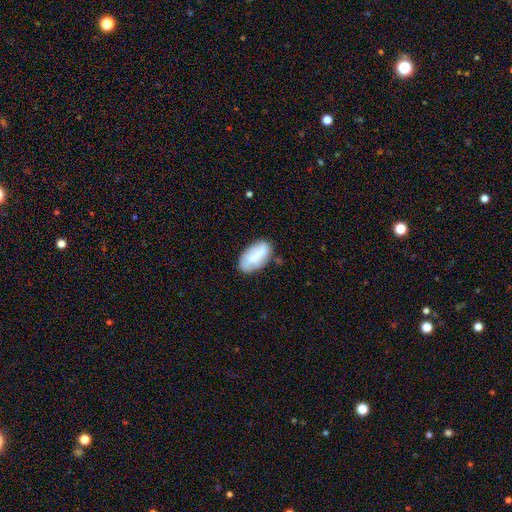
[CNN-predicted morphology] Smooth or featured: smooth — 75% (featured or disk — 18%)
How rounded: in between — 94% (round — 3%)
Merging: none — 69% (minor disturbance — 22%)